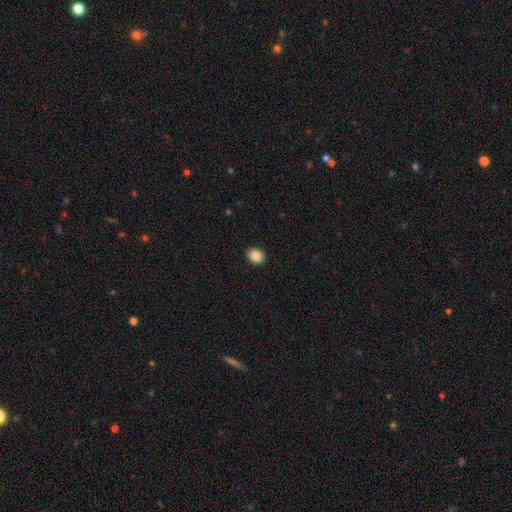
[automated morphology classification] Smooth or featured: smooth — 86% (star or artifact — 8%)
How rounded: in between — 51% (round — 49%)
Merging: none — 91% (minor disturbance — 7%)